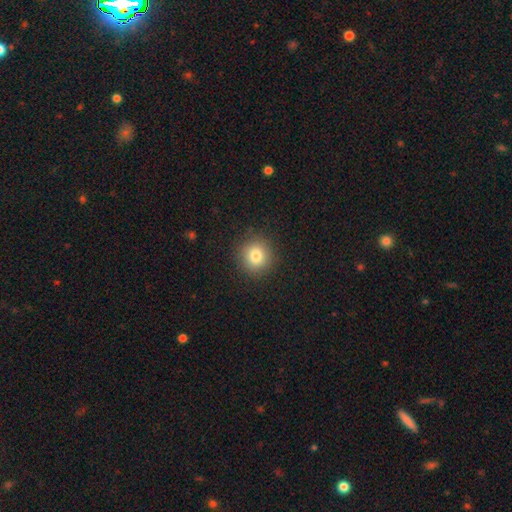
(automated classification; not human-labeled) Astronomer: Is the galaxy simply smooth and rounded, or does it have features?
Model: smooth — 80%.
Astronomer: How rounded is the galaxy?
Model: round — 92%.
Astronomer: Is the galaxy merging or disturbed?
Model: none — 90%.